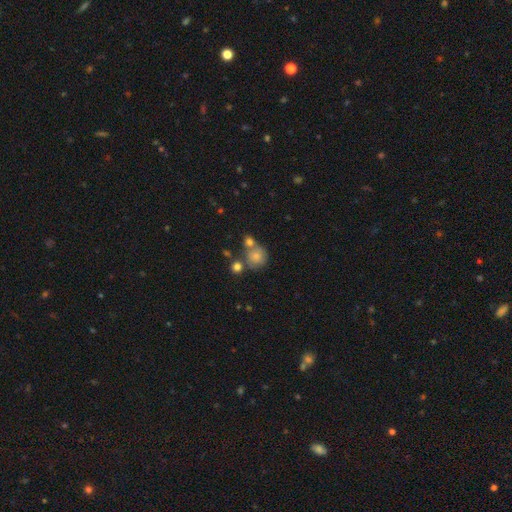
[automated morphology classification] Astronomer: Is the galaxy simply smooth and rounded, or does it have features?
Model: smooth — 70%.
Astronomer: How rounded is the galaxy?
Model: round — 84%.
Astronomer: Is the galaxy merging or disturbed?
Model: none — 51% (runner-up: merger, 29%).